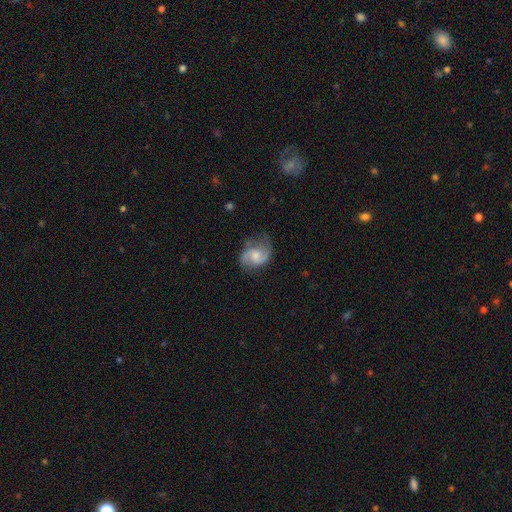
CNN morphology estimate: Smooth or featured? Predicted: featured or disk (p=0.75). Edge-on disk? Predicted: no (p=0.98). Bar? Predicted: no (p=0.51). Spiral arms? Predicted: yes (p=0.95). Spiral winding? Predicted: medium (p=0.49). Spiral arm count? Predicted: 2 (p=0.87). Bulge size? Predicted: moderate (p=0.45). Merging? Predicted: none (p=0.65).